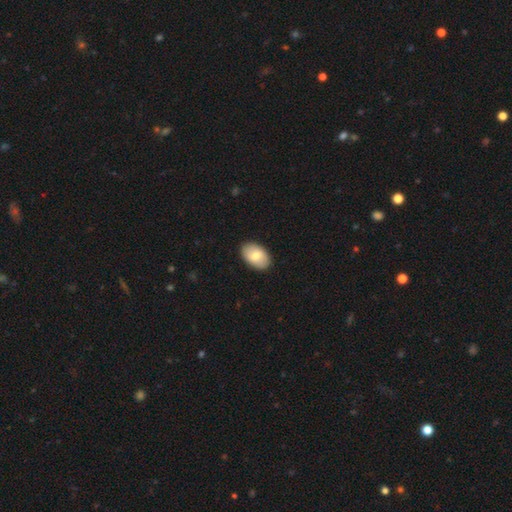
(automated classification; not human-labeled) The model was most divided on "smooth or featured": smooth: 73%, featured or disk: 21%, star or artifact: 6%. More confident: how rounded — in between (91%); merging — none (89%).